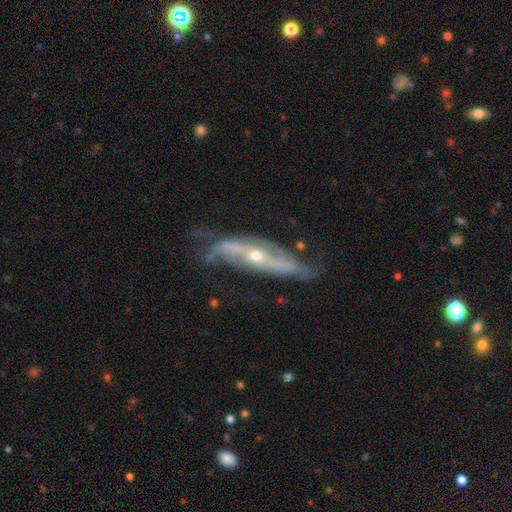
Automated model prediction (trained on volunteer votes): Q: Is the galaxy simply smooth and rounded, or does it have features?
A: featured or disk — 85%.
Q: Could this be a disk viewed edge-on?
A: no — 70%.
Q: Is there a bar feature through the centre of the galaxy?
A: no — 44%.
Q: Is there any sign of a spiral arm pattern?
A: yes — 91%.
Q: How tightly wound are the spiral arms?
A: loose — 51%.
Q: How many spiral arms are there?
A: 2 — 75%.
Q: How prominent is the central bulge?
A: small — 56%.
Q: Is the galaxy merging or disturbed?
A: none — 58%.